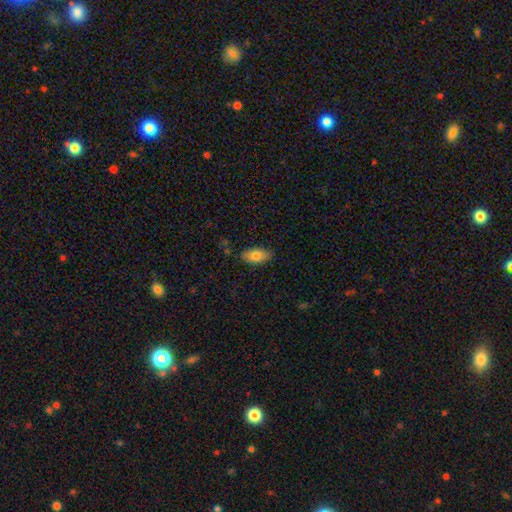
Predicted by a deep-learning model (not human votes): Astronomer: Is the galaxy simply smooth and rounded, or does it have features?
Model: smooth — 80%.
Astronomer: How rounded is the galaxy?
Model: in between — 91%.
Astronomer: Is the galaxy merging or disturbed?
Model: none — 84%.